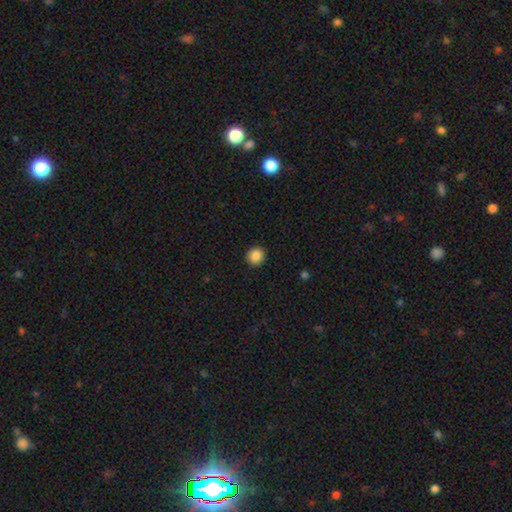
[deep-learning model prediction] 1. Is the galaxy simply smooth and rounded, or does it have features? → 87% smooth, 9% star or artifact, 4% featured or disk.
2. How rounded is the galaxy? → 89% round, 10% in between, 1% cigar-shaped.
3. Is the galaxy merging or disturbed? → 92% none, 5% minor disturbance, 2% major disturbance, 1% merger.